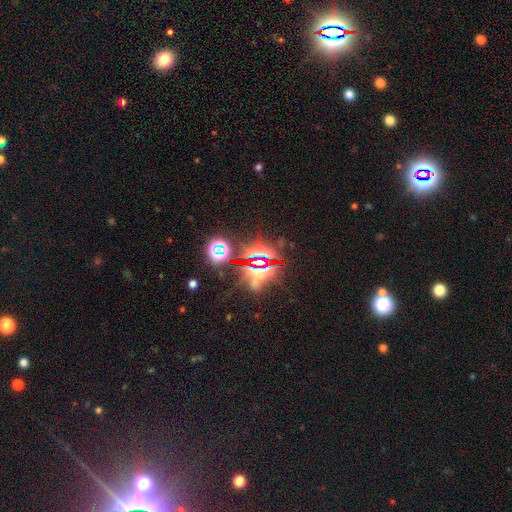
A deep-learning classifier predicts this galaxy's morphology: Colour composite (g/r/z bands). It shows a star or artifact, not a galaxy (80%).